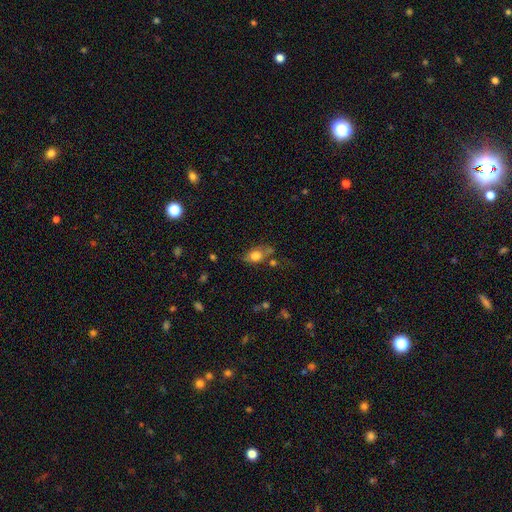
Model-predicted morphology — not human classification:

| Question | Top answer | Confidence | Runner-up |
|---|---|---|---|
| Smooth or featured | smooth | 72% | featured or disk (18%) |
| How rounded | in between | 70% | round (24%) |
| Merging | none | 51% | minor disturbance (25%) |